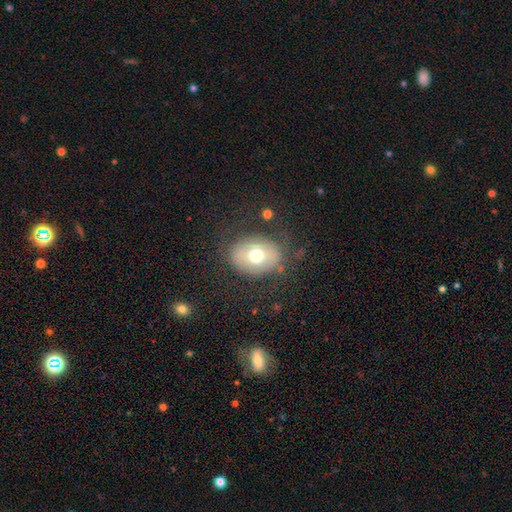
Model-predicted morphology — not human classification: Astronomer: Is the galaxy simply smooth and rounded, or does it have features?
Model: smooth — 65%.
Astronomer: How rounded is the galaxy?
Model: in between — 54% (runner-up: round, 45%).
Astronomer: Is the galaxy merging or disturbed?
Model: none — 75%.